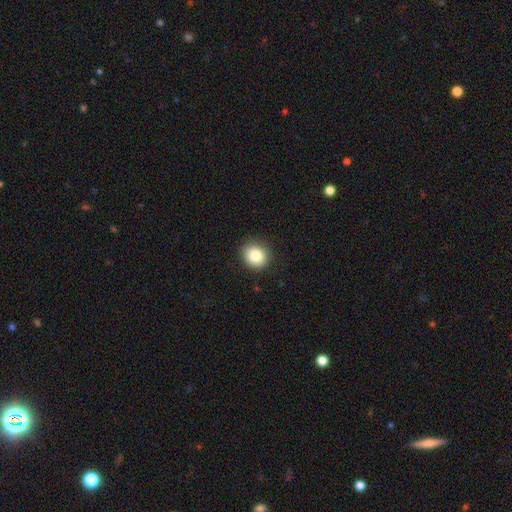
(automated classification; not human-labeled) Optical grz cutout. It shows a smooth galaxy with no disk features (85%) that is round (77%). Merging: none (89%).